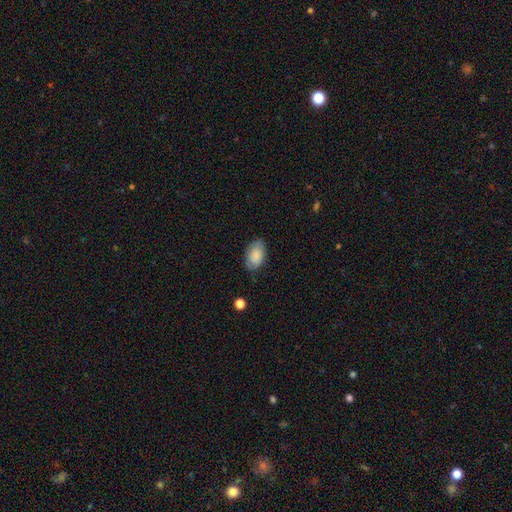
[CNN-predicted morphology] Smooth or featured: smooth — 82% (featured or disk — 11%)
How rounded: in between — 92% (round — 7%)
Merging: none — 72% (minor disturbance — 22%)